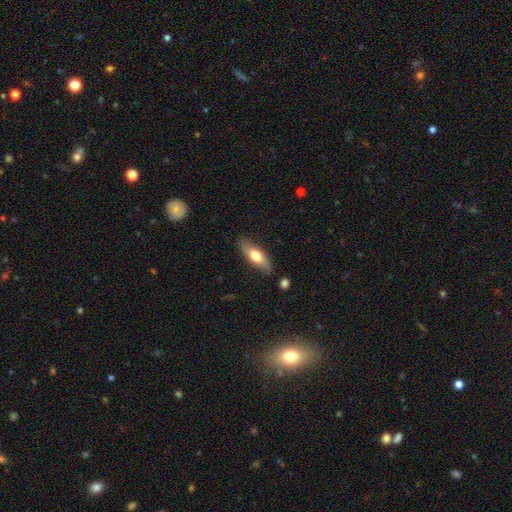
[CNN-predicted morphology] Smooth or featured?
  - smooth: 67% *
  - featured or disk: 27%
  - star or artifact: 6%
How rounded?
  - in between: 59% *
  - cigar-shaped: 38%
  - round: 3%
Merging?
  - none: 82% *
  - minor disturbance: 13%
  - major disturbance: 3%
  - merger: 2%